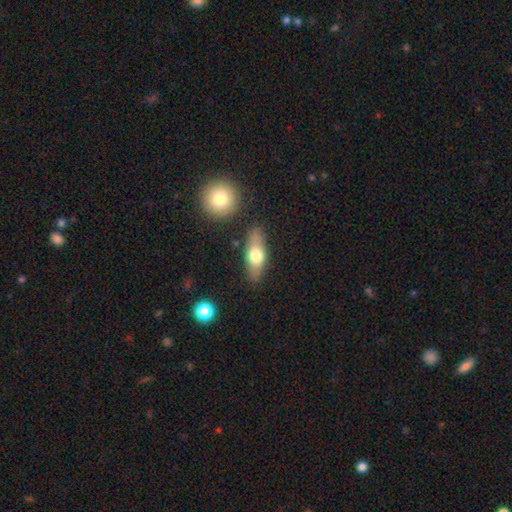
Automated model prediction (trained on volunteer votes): Smooth or featured?
  - smooth: 62% *
  - featured or disk: 32%
  - star or artifact: 6%
How rounded?
  - in between: 68% *
  - cigar-shaped: 27%
  - round: 5%
Merging?
  - none: 81% *
  - minor disturbance: 12%
  - merger: 4%
  - major disturbance: 3%